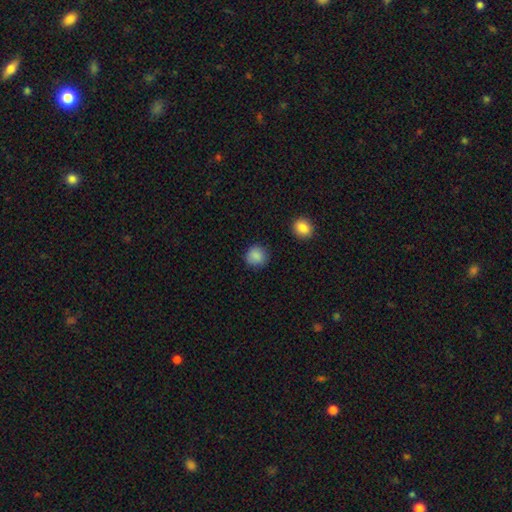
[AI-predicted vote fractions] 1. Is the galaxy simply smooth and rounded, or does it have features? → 87% smooth, 9% star or artifact, 4% featured or disk.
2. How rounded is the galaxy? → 89% round, 10% in between, 1% cigar-shaped.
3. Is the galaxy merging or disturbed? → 86% none, 9% minor disturbance, 3% major disturbance, 2% merger.